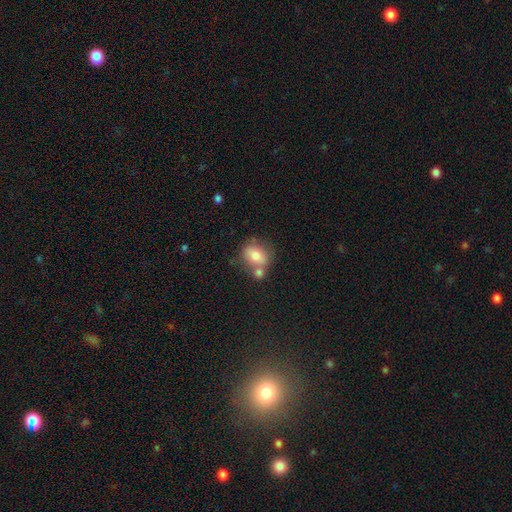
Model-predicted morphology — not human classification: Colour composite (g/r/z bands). It shows a smooth galaxy with no disk features (74%) that is in between round and cigar-shaped (58%). Merging: none (47%).